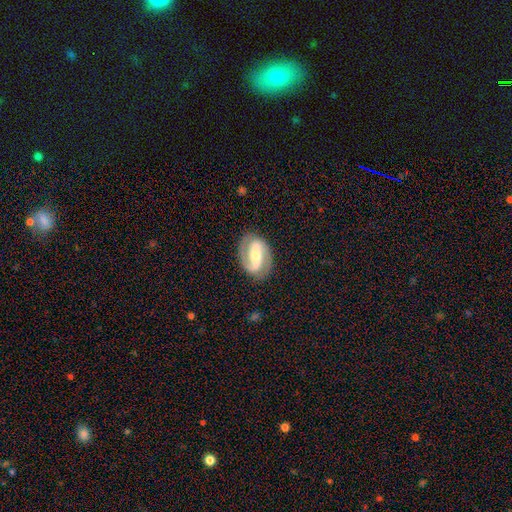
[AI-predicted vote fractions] smooth_or_featured: featured or disk (p=0.84) [alt: smooth p=0.11]
disk_edge_on: no (p=0.96) [alt: yes p=0.04]
bar: strong (p=0.63) [alt: weak p=0.25]
has_spiral_arms: yes (p=0.92) [alt: no p=0.08]
spiral_winding: medium (p=0.47) [alt: tight p=0.31]
spiral_arm_count: 2 (p=0.91) [alt: can't tell p=0.03]
bulge_size: moderate (p=0.53) [alt: small p=0.35]
merging: none (p=0.84) [alt: minor disturbance p=0.11]